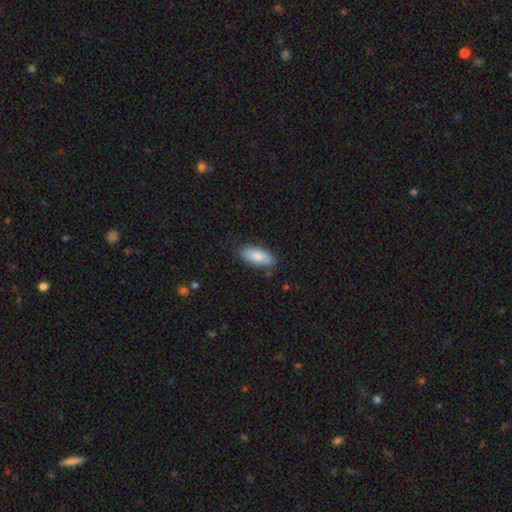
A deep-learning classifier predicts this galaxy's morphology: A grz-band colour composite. It shows a smooth galaxy with no disk features (80%) that is in between round and cigar-shaped (86%). Merging: none (83%).